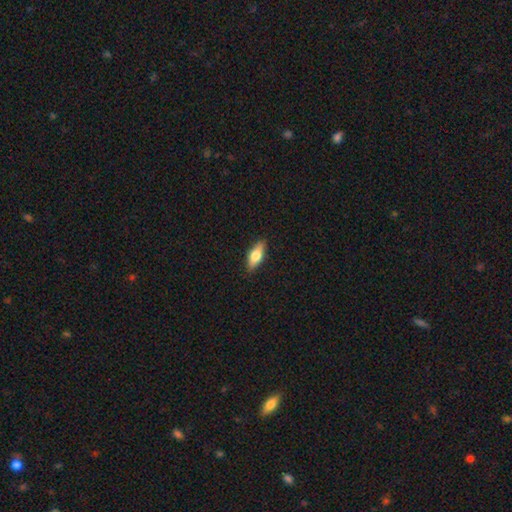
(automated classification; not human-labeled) Smooth or featured? smooth (68%)
How rounded? in between (72%)
Merging? none (88%)